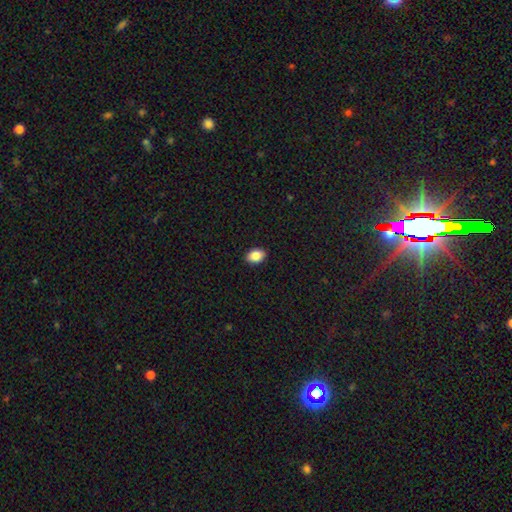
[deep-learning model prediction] The model was most divided on "how rounded": in between: 81%, round: 18%, cigar-shaped: 1%. More confident: merging — none (90%); smooth or featured — smooth (88%).